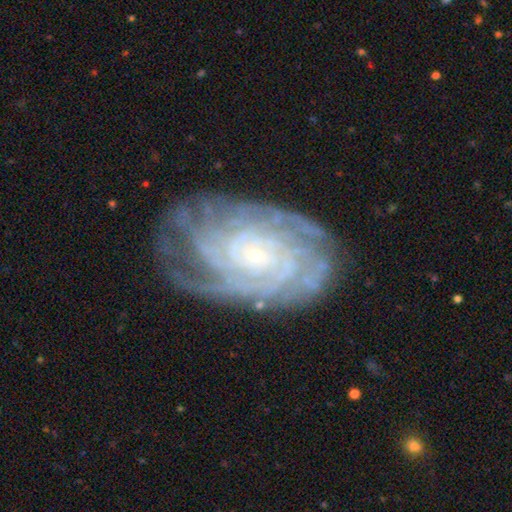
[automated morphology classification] Q: Smooth or featured?
A: featured or disk (88%); runner-up: smooth (6%)
Q: Edge-on disk?
A: no (96%); runner-up: yes (4%)
Q: Bar?
A: no (75%); runner-up: weak (18%)
Q: Spiral arms?
A: yes (97%); runner-up: no (3%)
Q: Spiral winding?
A: tight (81%); runner-up: medium (16%)
Q: Spiral arm count?
A: can't tell (28%); runner-up: 4 (25%)
Q: Bulge size?
A: small (85%); runner-up: moderate (10%)
Q: Merging?
A: none (74%); runner-up: minor disturbance (18%)